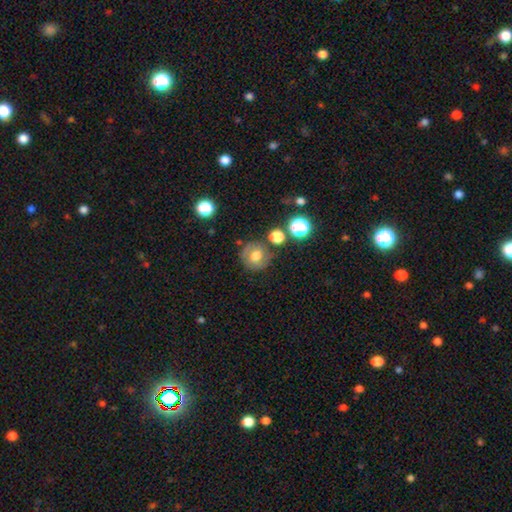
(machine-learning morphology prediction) Overall: smooth (64%). How rounded: round (87%). Merging: none (72%).